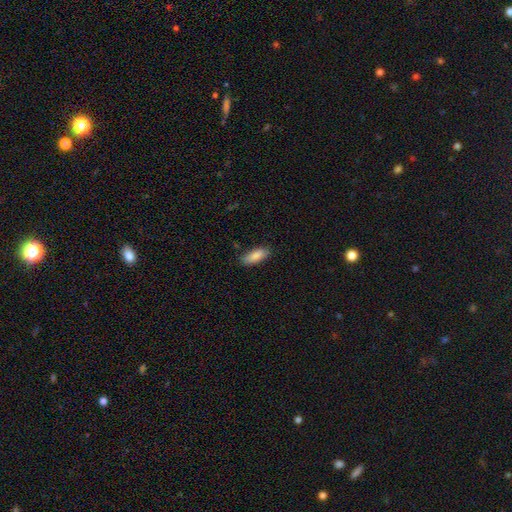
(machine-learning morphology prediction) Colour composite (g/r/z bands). It shows a smooth galaxy with no disk features (87%) that is in between round and cigar-shaped (76%). Merging: none (81%).